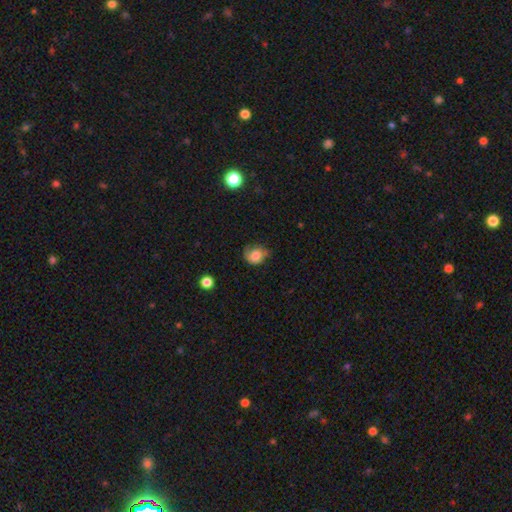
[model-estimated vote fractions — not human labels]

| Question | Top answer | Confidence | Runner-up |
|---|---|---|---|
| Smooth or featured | smooth | 70% | featured or disk (21%) |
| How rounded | round | 63% | in between (36%) |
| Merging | none | 55% | minor disturbance (31%) |